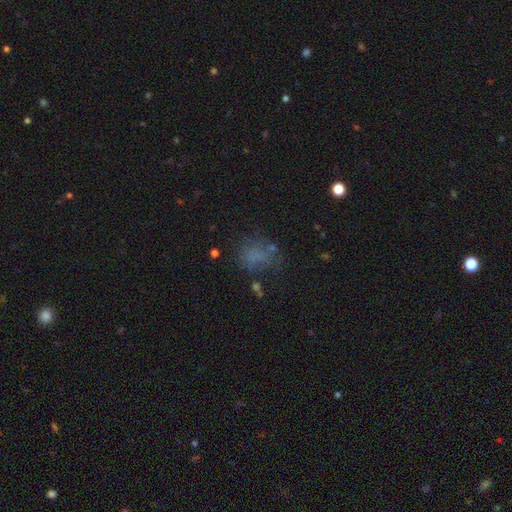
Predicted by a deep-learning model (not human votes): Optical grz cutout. It shows a smooth galaxy with no disk features (62%) that is in between round and cigar-shaped (52%). Merging: none (56%).